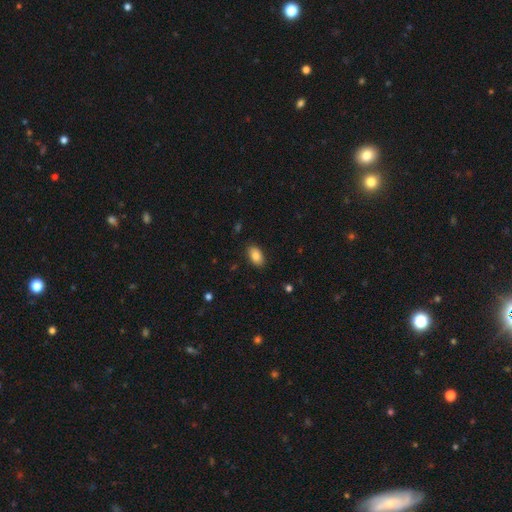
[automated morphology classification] Smooth or featured: smooth — 85% (star or artifact — 8%)
How rounded: in between — 92% (round — 6%)
Merging: none — 87% (minor disturbance — 10%)